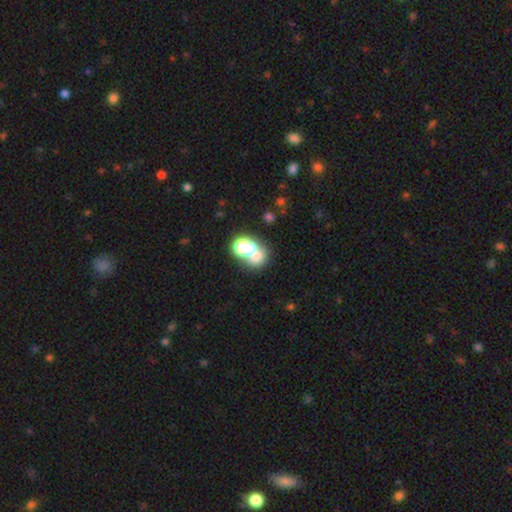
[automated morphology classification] This is possibly a smooth galaxy (56%). How rounded: possibly in between (51%). Merging: likely merger (60%).